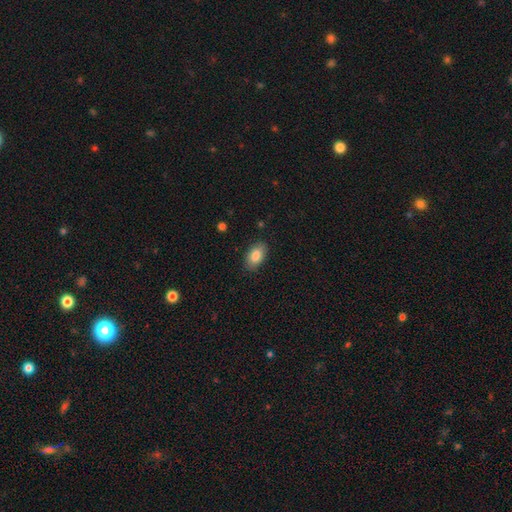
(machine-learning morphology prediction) A smooth galaxy with no disk features (85%) that is in between round and cigar-shaped (92%). Merging: none (87%).